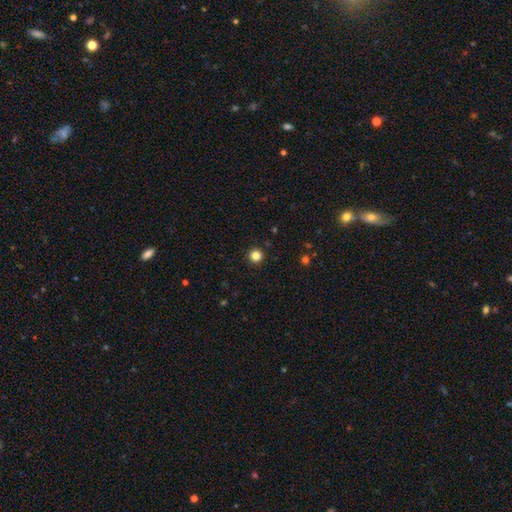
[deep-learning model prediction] Smooth or featured?
  - smooth: 83% *
  - star or artifact: 13%
  - featured or disk: 4%
How rounded?
  - round: 96% *
  - in between: 3%
  - cigar-shaped: 1%
Merging?
  - none: 93% *
  - minor disturbance: 4%
  - major disturbance: 1%
  - merger: 1%